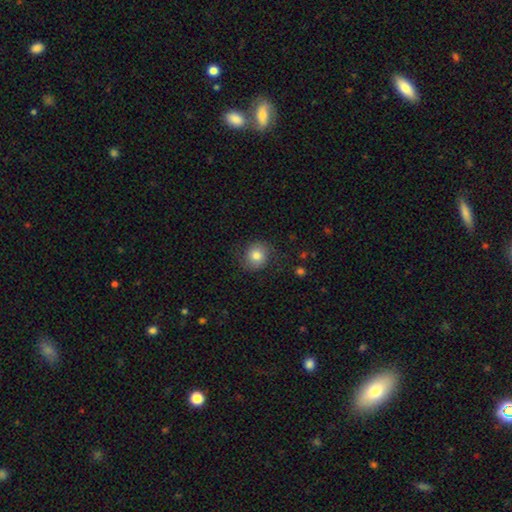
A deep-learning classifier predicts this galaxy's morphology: smooth-or-featured: smooth: 76% | featured or disk: 15% | star or artifact: 9%
  how-rounded: round: 83% | in between: 16% | cigar-shaped: 1%
  merging: none: 77% | minor disturbance: 15% | major disturbance: 7% | merger: 1%